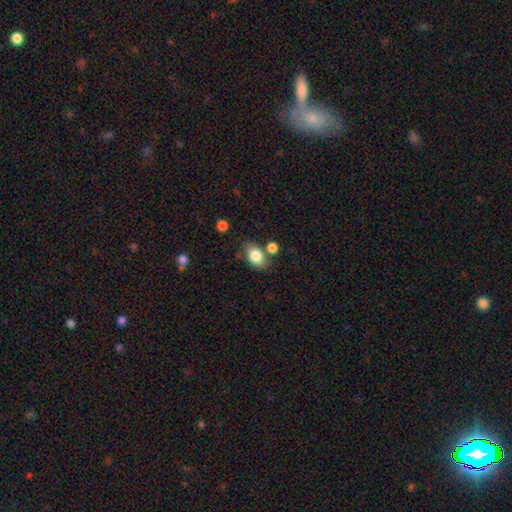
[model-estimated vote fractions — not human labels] smooth 81%, featured or disk 11%, star or artifact 8%. Down the decision tree: how rounded — in between (81%); merging — none (65%).